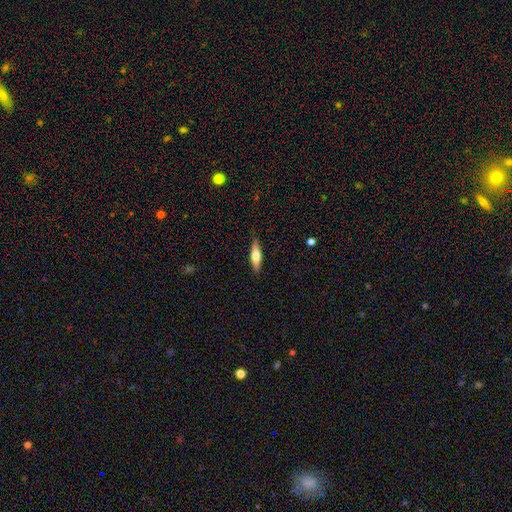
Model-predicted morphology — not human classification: This is likely a smooth galaxy (61%). How rounded: likely cigar-shaped (67%). Merging: clearly none (88%).